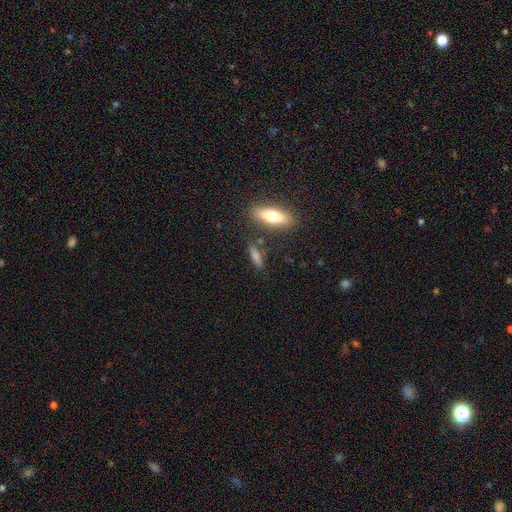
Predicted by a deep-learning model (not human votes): A smooth galaxy with no disk features (65%) that is cigar-shaped (67%).

Vote fractions:
- Smooth or featured? smooth: 65% / featured or disk: 23% / star or artifact: 12%
- How rounded? cigar-shaped: 67% / in between: 28% / round: 5%
- Merging? none: 76% / minor disturbance: 12% / merger: 8% / major disturbance: 4%